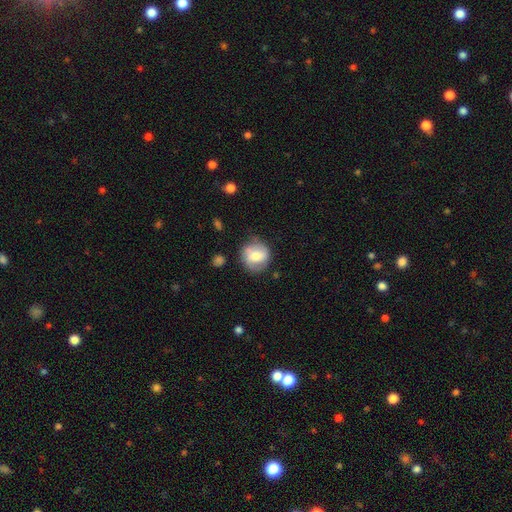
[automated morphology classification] Overall: smooth (51%; featured or disk 41%). How rounded: round (85%). Merging: none (68%).